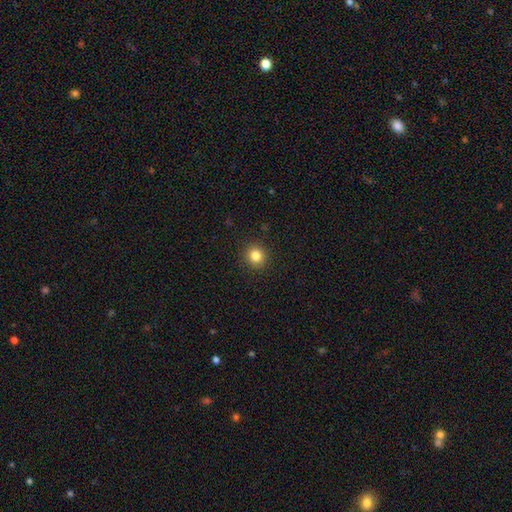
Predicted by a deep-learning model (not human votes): smooth-or-featured: smooth: 83% | star or artifact: 12% | featured or disk: 5%
  how-rounded: round: 89% | in between: 10% | cigar-shaped: 1%
  merging: none: 91% | minor disturbance: 6% | major disturbance: 2% | merger: 1%